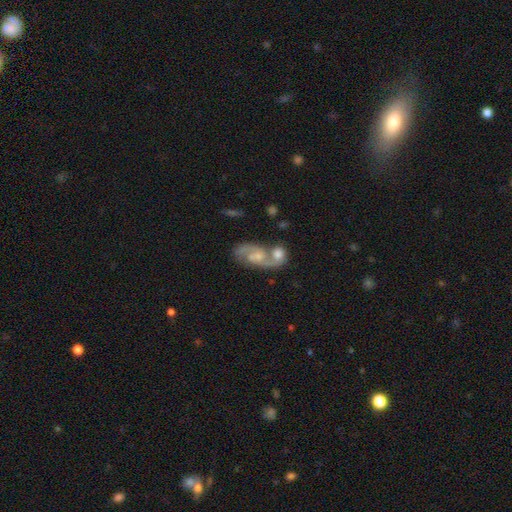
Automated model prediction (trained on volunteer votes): A featured or disk galaxy (78%) with no bar (56%), 2 (90%) medium (51%) spiral arms (92%) and a small central bulge (41%). Merging: merger (50%).